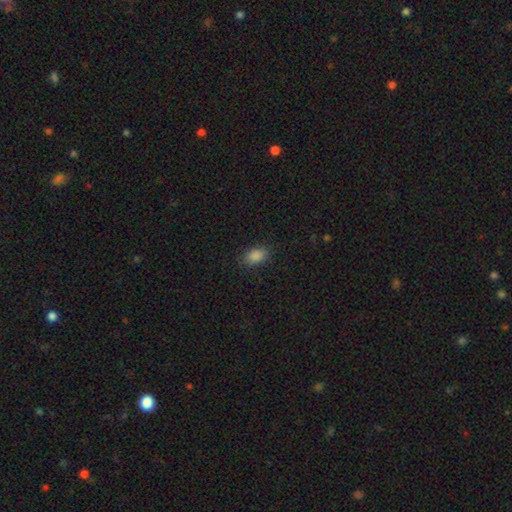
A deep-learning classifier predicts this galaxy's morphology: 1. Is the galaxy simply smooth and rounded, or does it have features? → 86% smooth, 10% star or artifact, 4% featured or disk.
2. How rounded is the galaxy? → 87% in between, 11% round, 2% cigar-shaped.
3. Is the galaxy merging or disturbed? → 85% none, 11% minor disturbance, 3% major disturbance, 1% merger.